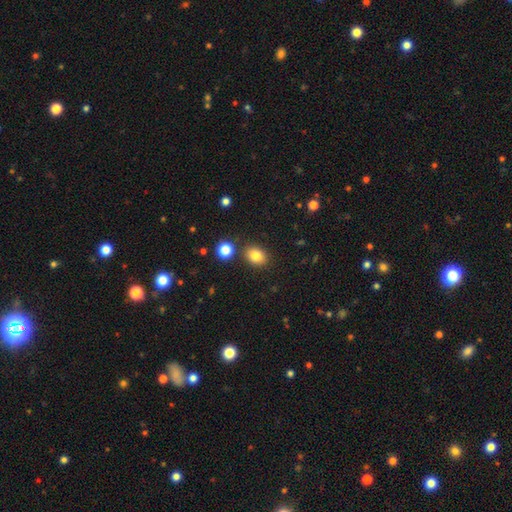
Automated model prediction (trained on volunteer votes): Smooth or featured?
  - smooth: 83% *
  - star or artifact: 11%
  - featured or disk: 7%
How rounded?
  - in between: 60% *
  - round: 39%
  - cigar-shaped: 1%
Merging?
  - none: 83% *
  - minor disturbance: 9%
  - merger: 6%
  - major disturbance: 3%